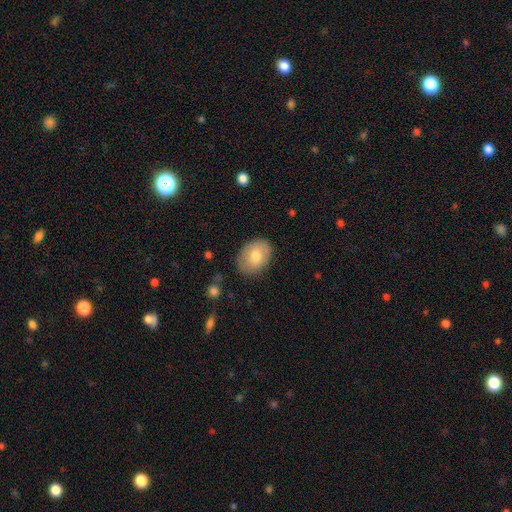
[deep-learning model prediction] smooth-or-featured: smooth: 72% | featured or disk: 21% | star or artifact: 7%
  how-rounded: in between: 73% | round: 26% | cigar-shaped: 1%
  merging: none: 82% | minor disturbance: 14% | major disturbance: 3% | merger: 1%